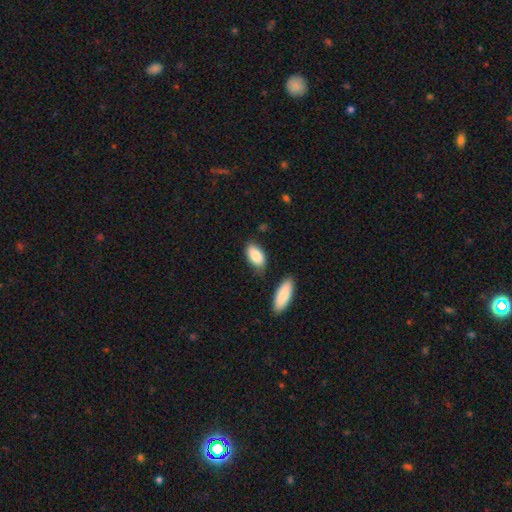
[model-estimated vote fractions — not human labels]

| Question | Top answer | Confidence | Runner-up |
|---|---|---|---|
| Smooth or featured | smooth | 87% | featured or disk (7%) |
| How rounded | in between | 92% | cigar-shaped (4%) |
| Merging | none | 70% | minor disturbance (19%) |